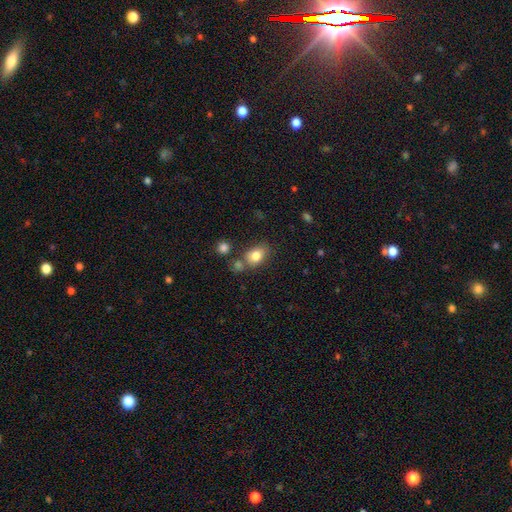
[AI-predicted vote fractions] Smooth or featured?
  - smooth: 82% *
  - star or artifact: 9%
  - featured or disk: 9%
How rounded?
  - in between: 75% *
  - round: 23%
  - cigar-shaped: 1%
Merging?
  - none: 65% *
  - minor disturbance: 15%
  - merger: 15%
  - major disturbance: 5%